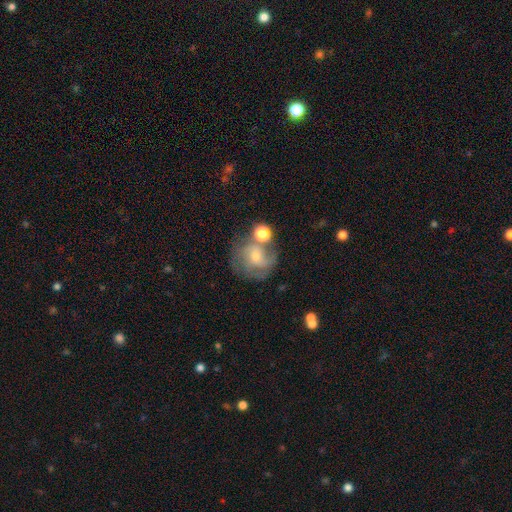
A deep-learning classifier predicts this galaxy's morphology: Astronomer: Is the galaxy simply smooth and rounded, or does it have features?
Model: featured or disk — 59%.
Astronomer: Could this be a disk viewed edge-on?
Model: no — 98%.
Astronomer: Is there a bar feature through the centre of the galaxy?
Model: no — 59%.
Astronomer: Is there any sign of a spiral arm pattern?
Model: yes — 85%.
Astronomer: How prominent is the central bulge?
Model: small — 50% (runner-up: moderate, 39%).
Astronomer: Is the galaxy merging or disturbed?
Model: none — 47% (runner-up: merger, 22%).